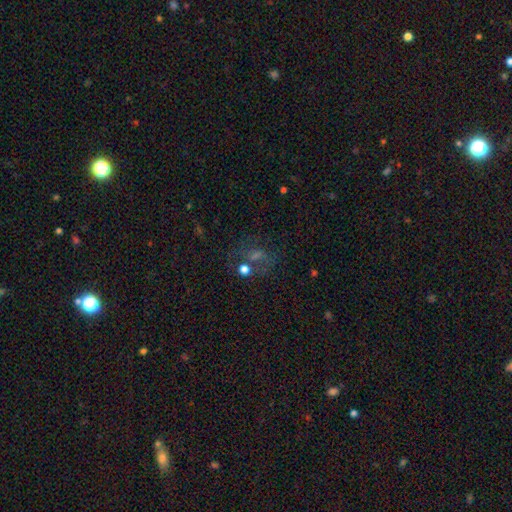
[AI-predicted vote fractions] This is marginally a star or artifact rather than a galaxy (39%).